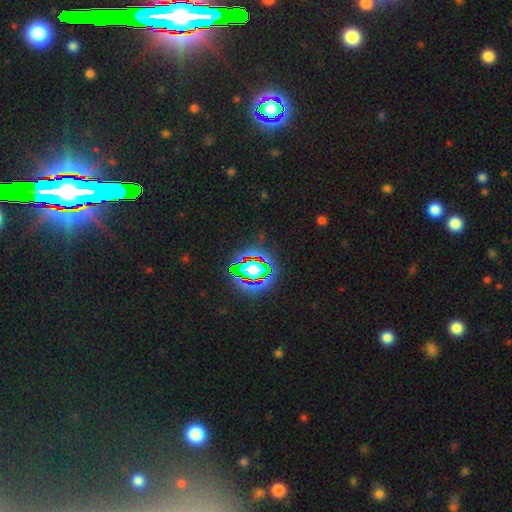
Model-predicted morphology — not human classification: This is likely a star or artifact rather than a galaxy (78%).